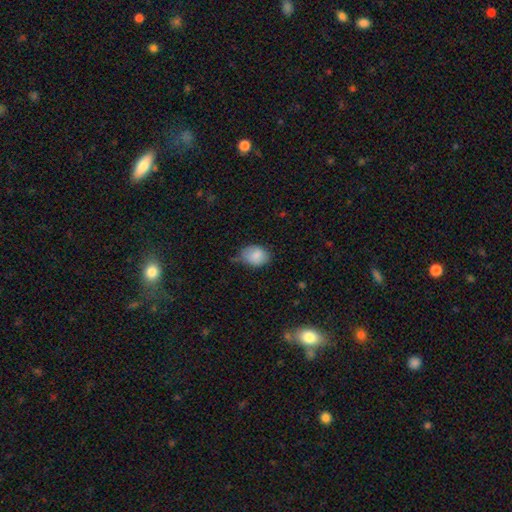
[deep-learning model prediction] Q: Smooth or featured?
A: smooth (84%); runner-up: featured or disk (8%)
Q: How rounded?
A: in between (65%); runner-up: round (34%)
Q: Merging?
A: none (57%); runner-up: minor disturbance (33%)